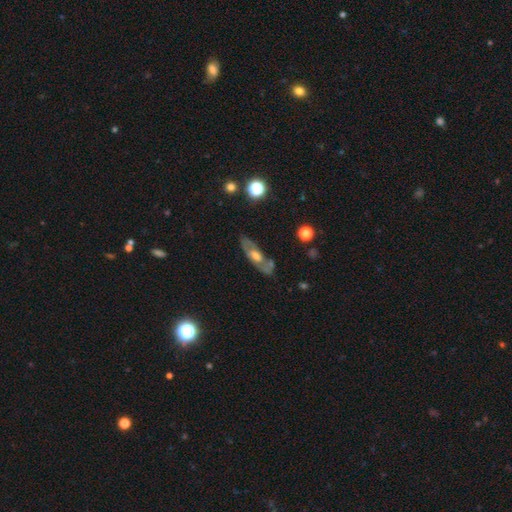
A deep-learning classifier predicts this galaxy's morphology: smooth-or-featured: featured or disk: 61% | smooth: 31% | star or artifact: 8%
  disk-edge-on: no: 67% | yes: 33%
  merging: none: 71% | minor disturbance: 18% | major disturbance: 7% | merger: 5%